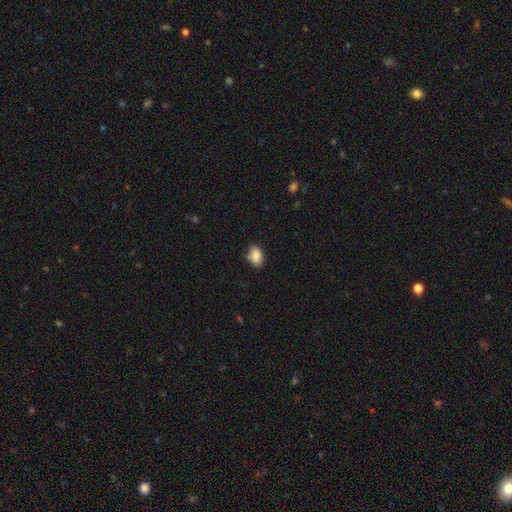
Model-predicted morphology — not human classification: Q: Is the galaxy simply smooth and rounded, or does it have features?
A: smooth — 88%.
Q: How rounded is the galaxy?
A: in between — 82%.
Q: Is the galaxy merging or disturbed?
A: none — 78%.